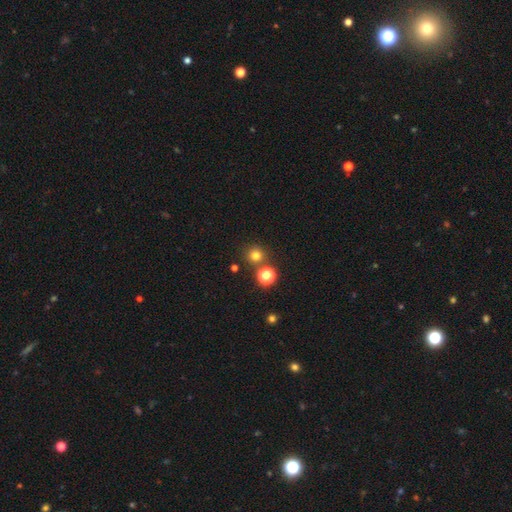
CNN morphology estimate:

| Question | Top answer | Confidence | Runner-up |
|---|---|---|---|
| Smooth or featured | smooth | 75% | star or artifact (19%) |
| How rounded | round | 93% | in between (6%) |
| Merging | none | 81% | merger (10%) |